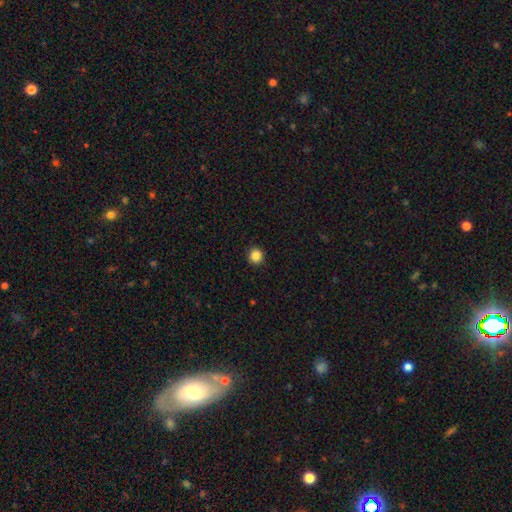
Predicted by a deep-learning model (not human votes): A smooth galaxy with no disk features (86%) that is round (94%).

Vote fractions:
- Smooth or featured? smooth: 86% / star or artifact: 11% / featured or disk: 3%
- How rounded? round: 94% / in between: 5% / cigar-shaped: 1%
- Merging? none: 93% / minor disturbance: 5% / major disturbance: 2% / merger: 1%